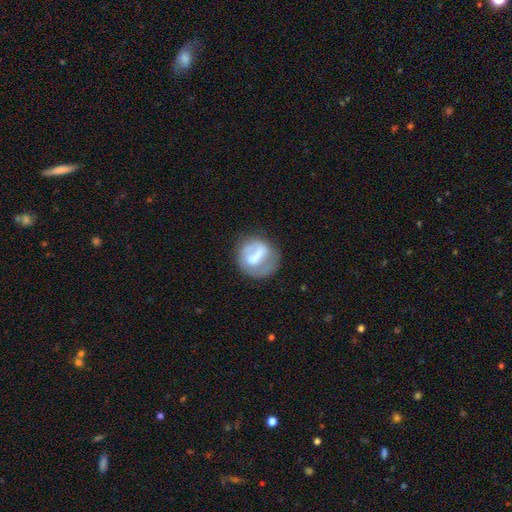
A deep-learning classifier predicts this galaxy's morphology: Smooth or featured?
  - featured or disk: 46% * (tied)
  - smooth: 46% * (tied)
  - star or artifact: 8%
Merging?
  - none: 54% *
  - minor disturbance: 22%
  - major disturbance: 19%
  - merger: 4%